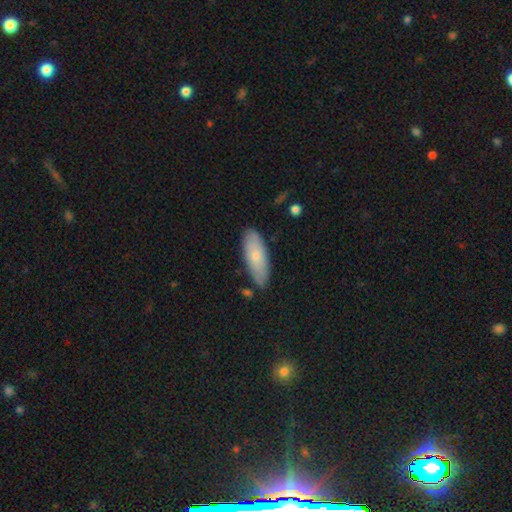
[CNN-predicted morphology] Smooth or featured?
  - smooth: 75% *
  - featured or disk: 20%
  - star or artifact: 5%
How rounded?
  - in between: 68% *
  - cigar-shaped: 30%
  - round: 2%
Merging?
  - none: 80% *
  - minor disturbance: 15%
  - major disturbance: 2%
  - merger: 2%